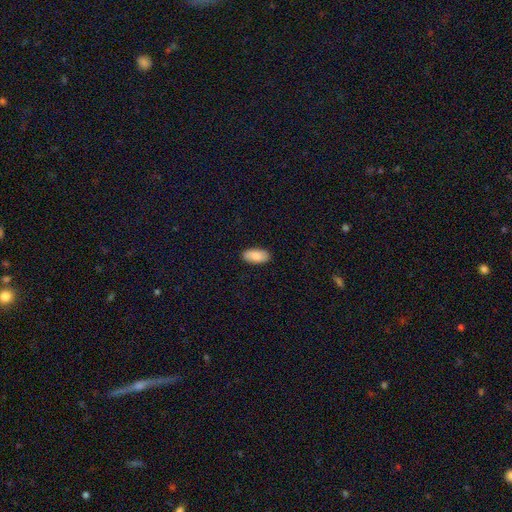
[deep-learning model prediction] The model was most divided on "smooth or featured": smooth: 85%, featured or disk: 9%, star or artifact: 6%. More confident: how rounded — in between (93%); merging — none (89%).